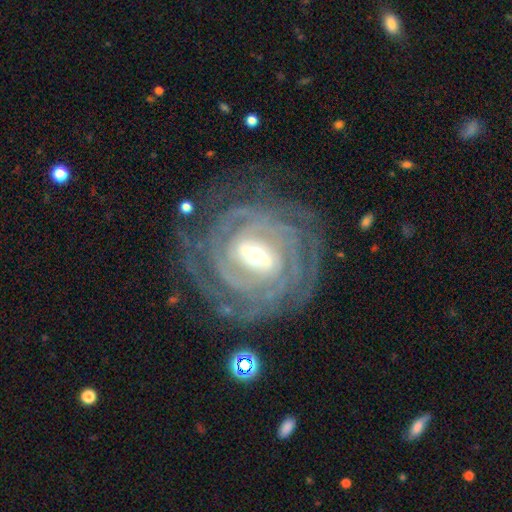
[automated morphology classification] Smooth or featured? Predicted: featured or disk (p=0.91). Edge-on disk? Predicted: no (p=0.96). Bar? Predicted: strong (p=0.52). Spiral arms? Predicted: yes (p=0.97). Spiral winding? Predicted: tight (p=0.84). Spiral arm count? Predicted: can't tell (p=0.27). Bulge size? Predicted: moderate (p=0.63). Merging? Predicted: none (p=0.77).